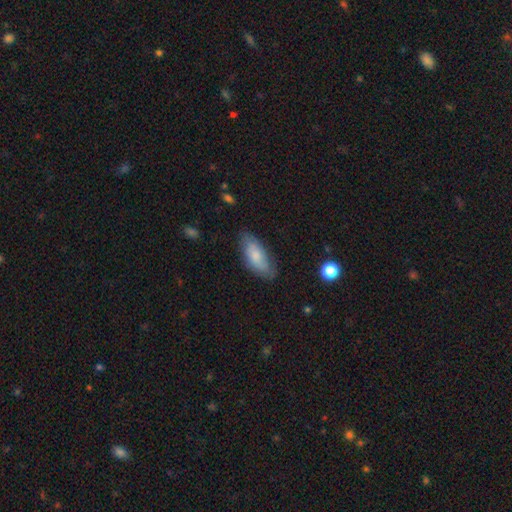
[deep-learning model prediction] The model was most divided on "smooth or featured": smooth: 68%, featured or disk: 25%, star or artifact: 6%. More confident: how rounded — in between (84%); merging — none (72%).